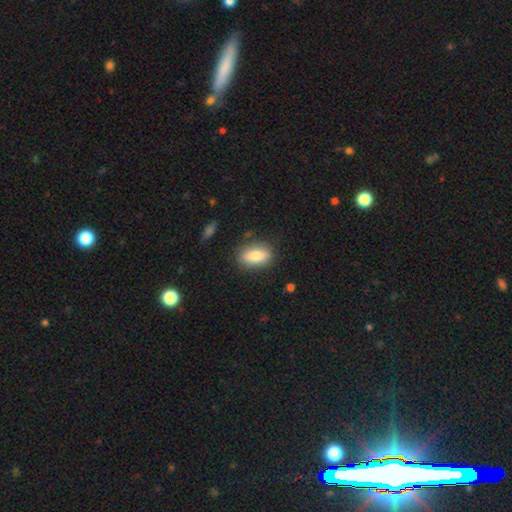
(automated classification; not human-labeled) Smooth or featured? smooth (77%)
How rounded? in between (82%)
Merging? none (81%)